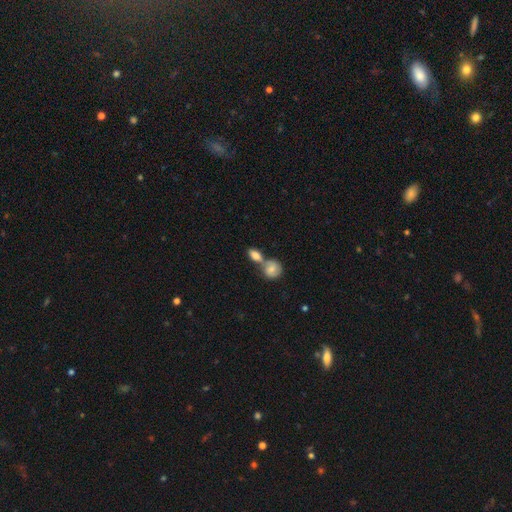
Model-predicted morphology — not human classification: This is likely a smooth galaxy (79%). How rounded: likely in between (76%). Merging: possibly merger (57%).